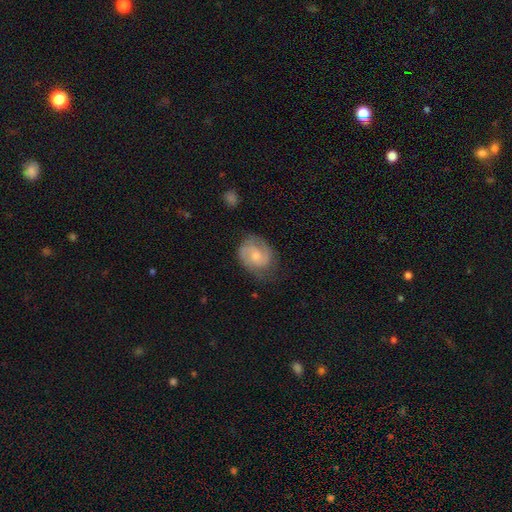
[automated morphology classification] Overall: featured or disk (76%). Edge-on disk: no (98%). Bar: no (59%; weak 36%). Spiral arms: yes (95%). Spiral arm count: 2 (81%). Spiral winding: medium (45%; tight 43%). Bulge size: small (48%; moderate 45%). Merging: none (70%).